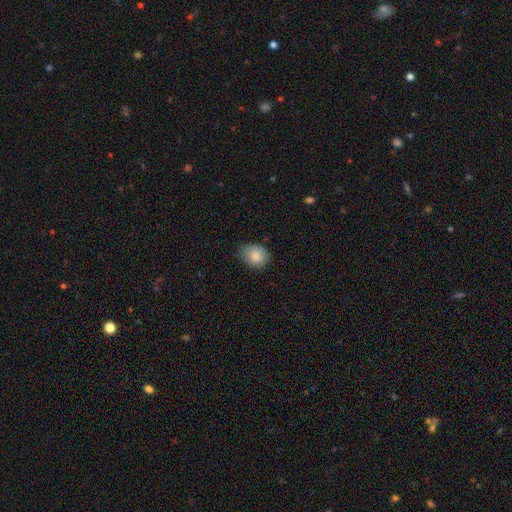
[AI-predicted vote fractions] Smooth or featured: smooth — 85% (featured or disk — 8%)
How rounded: in between — 55% (round — 45%)
Merging: none — 75% (minor disturbance — 20%)